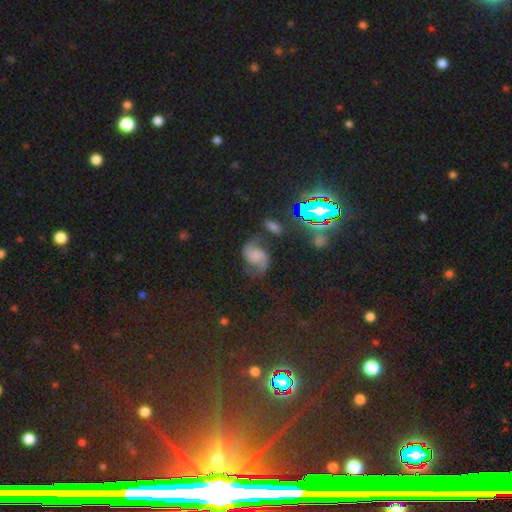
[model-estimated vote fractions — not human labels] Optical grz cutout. It shows a featured or disk galaxy (69%) with no bar (62%), 2 (92%) loose (60%) spiral arms (95%) and no central bulge (53%). Merging: none (60%).